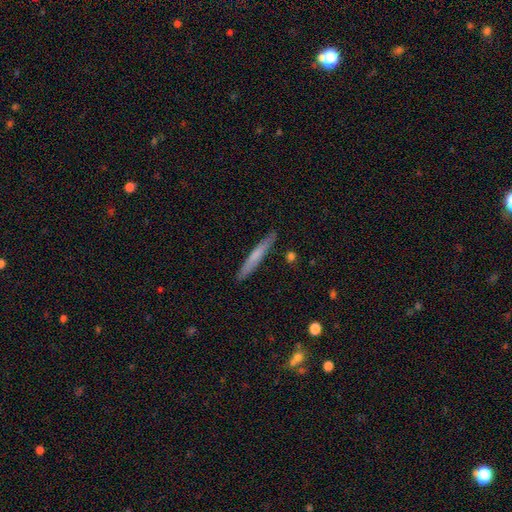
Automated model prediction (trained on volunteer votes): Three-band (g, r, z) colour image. It shows a smooth galaxy with no disk features (63%) that is cigar-shaped (96%). Merging: none (89%).